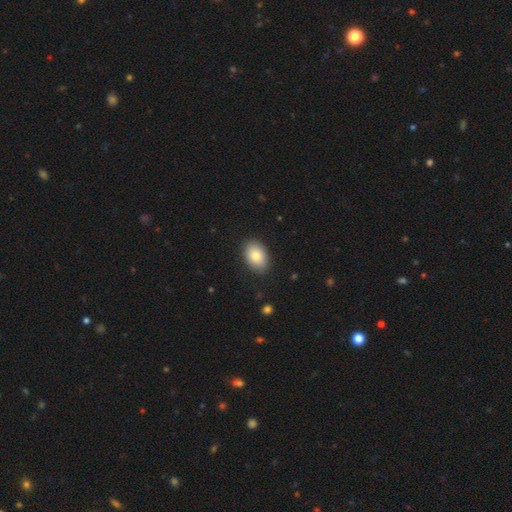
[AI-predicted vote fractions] Overall: smooth (83%). How rounded: in between (87%). Merging: none (87%).